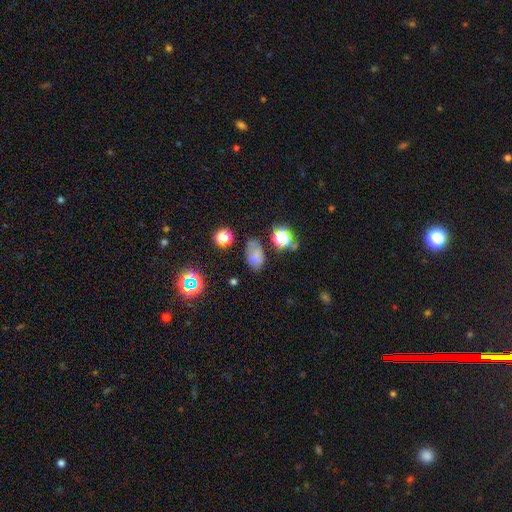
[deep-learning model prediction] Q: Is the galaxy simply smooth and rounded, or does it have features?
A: smooth — 69%.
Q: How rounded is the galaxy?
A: in between — 86%.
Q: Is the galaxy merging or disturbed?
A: none — 61%.